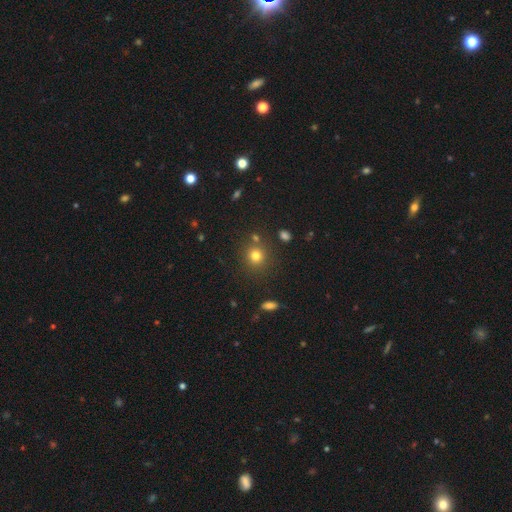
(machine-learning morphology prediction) Smooth or featured? smooth (77%)
How rounded? round (89%)
Merging? none (80%)